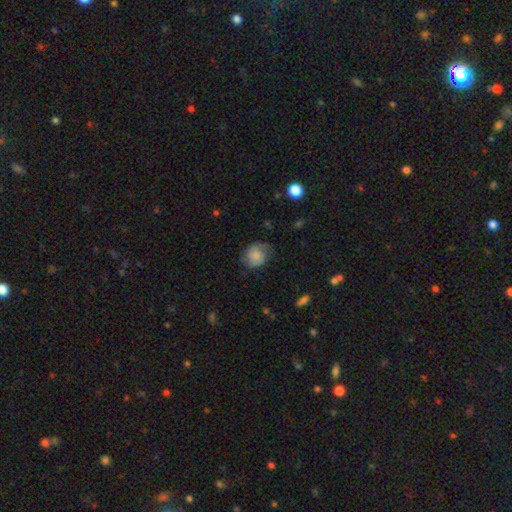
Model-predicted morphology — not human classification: The model was most divided on "merging": none: 60%, minor disturbance: 28%, major disturbance: 10%, merger: 1%. More confident: how rounded — round (75%); smooth or featured — smooth (66%).